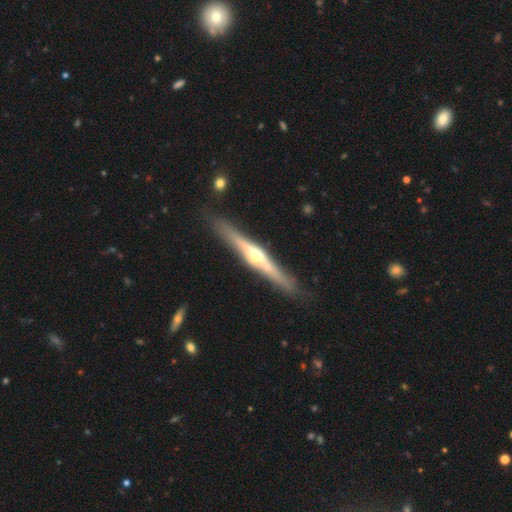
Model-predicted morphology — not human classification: Smooth or featured? Predicted: featured or disk (p=0.76). Edge-on disk? Predicted: yes (p=0.97). Edge-on bulge? Predicted: rounded (p=0.88). Merging? Predicted: none (p=0.87).